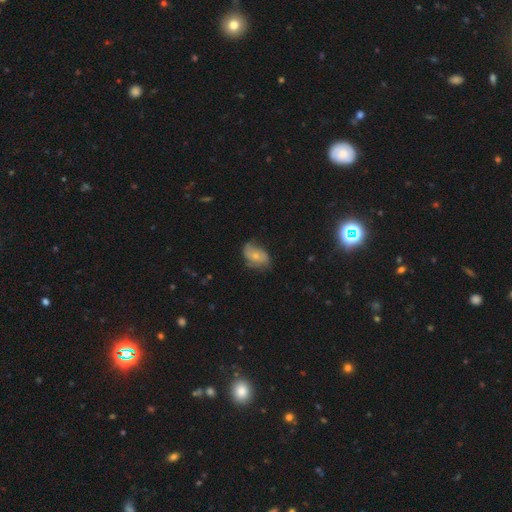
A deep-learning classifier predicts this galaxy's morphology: Smooth or featured? Predicted: smooth (p=0.51). How rounded? Predicted: in between (p=0.85). Merging? Predicted: none (p=0.49).